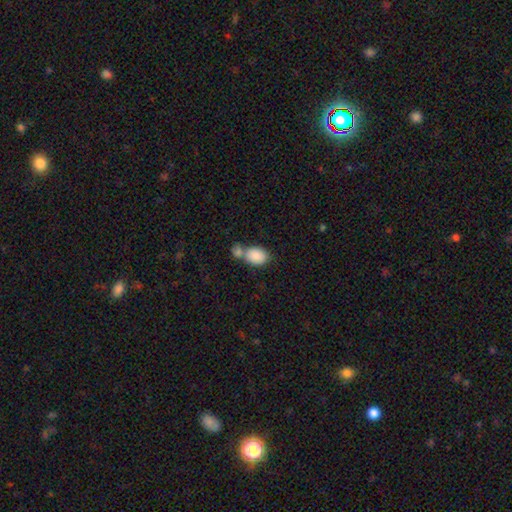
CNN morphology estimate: Smooth or featured? smooth (86%)
How rounded? in between (77%)
Merging? merger (46%)